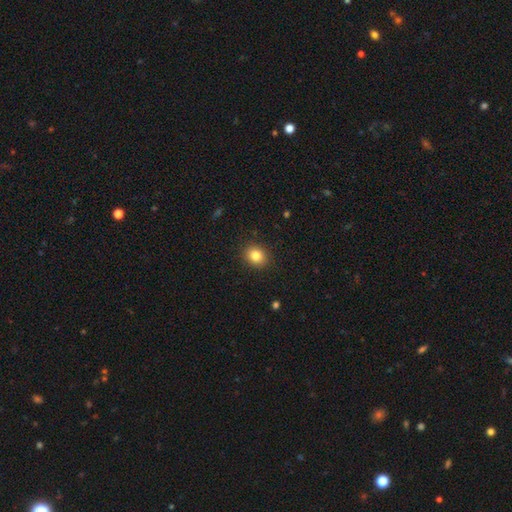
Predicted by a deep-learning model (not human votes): This is clearly a smooth galaxy (83%). How rounded: likely round (67%). Merging: clearly none (90%).